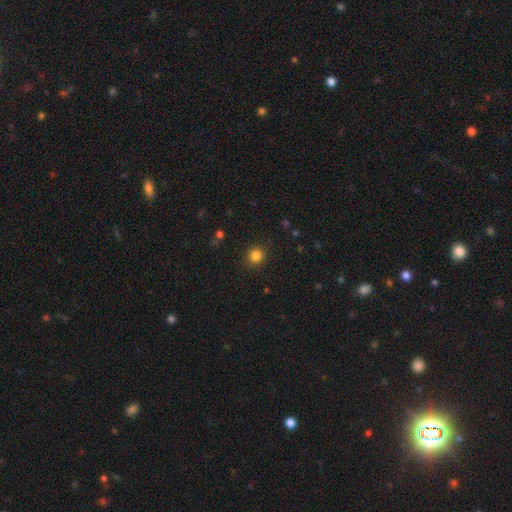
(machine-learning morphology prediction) Smooth or featured: smooth — 83% (star or artifact — 13%)
How rounded: round — 88% (in between — 11%)
Merging: none — 90% (minor disturbance — 7%)